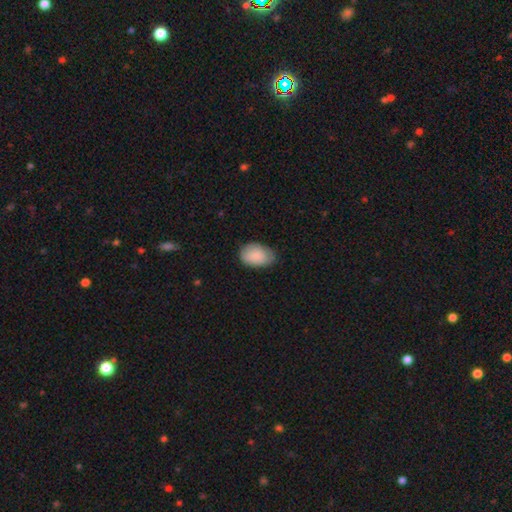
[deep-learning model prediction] smooth_or_featured: smooth (p=0.83) [alt: featured or disk p=0.11]
how_rounded: in between (p=0.89) [alt: round p=0.10]
merging: none (p=0.67) [alt: minor disturbance p=0.27]